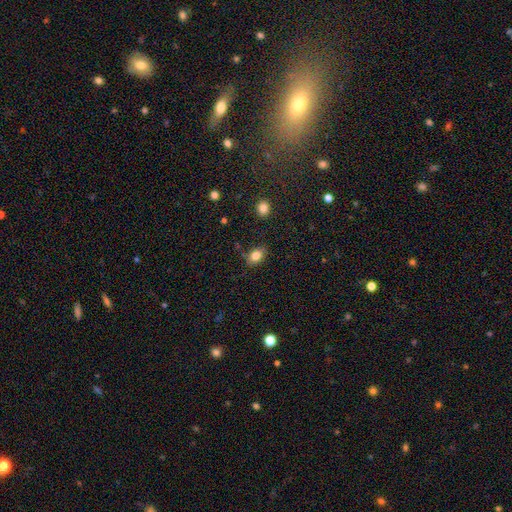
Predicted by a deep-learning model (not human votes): A smooth galaxy with no disk features (83%) that is in between round and cigar-shaped (77%).

Vote fractions:
- Smooth or featured? smooth: 83% / star or artifact: 9% / featured or disk: 8%
- How rounded? in between: 77% / round: 21% / cigar-shaped: 2%
- Merging? none: 80% / minor disturbance: 15% / major disturbance: 3% / merger: 3%